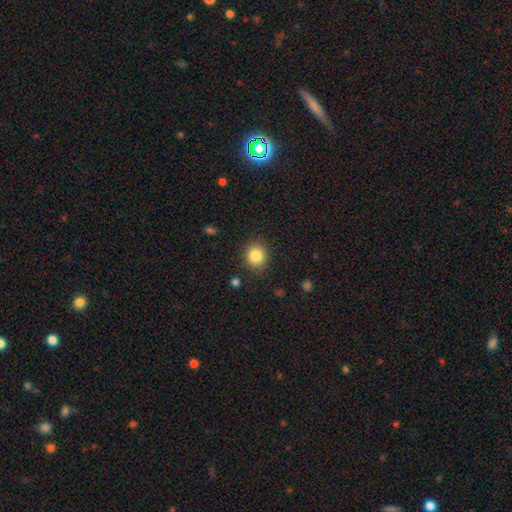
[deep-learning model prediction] The model was most divided on "how rounded": round: 84%, in between: 15%, cigar-shaped: 1%. More confident: merging — none (88%); smooth or featured — smooth (84%).